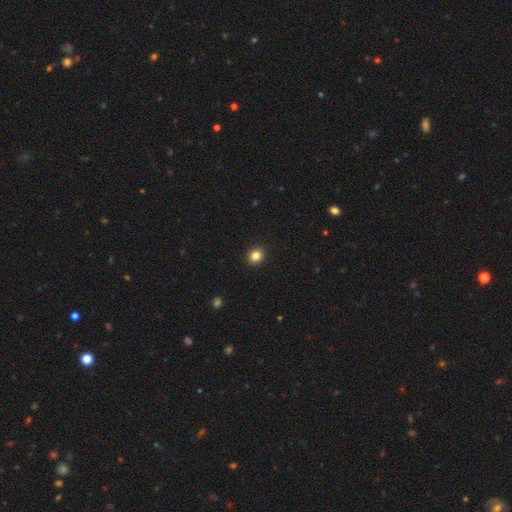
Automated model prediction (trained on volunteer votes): Q: Smooth or featured?
A: smooth (84%); runner-up: star or artifact (11%)
Q: How rounded?
A: round (77%); runner-up: in between (22%)
Q: Merging?
A: none (93%); runner-up: minor disturbance (5%)